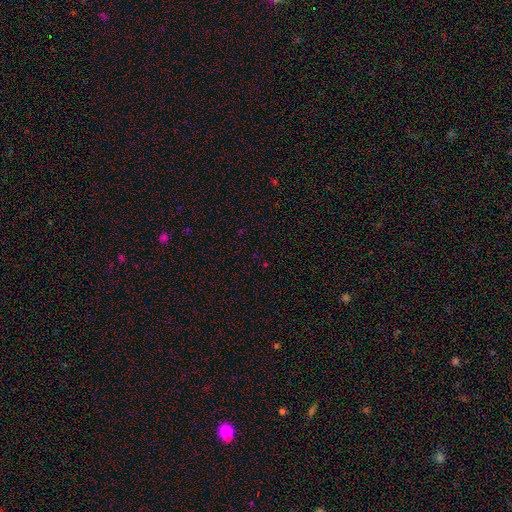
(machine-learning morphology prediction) Q: Smooth or featured?
A: star or artifact (66%); runner-up: smooth (27%)